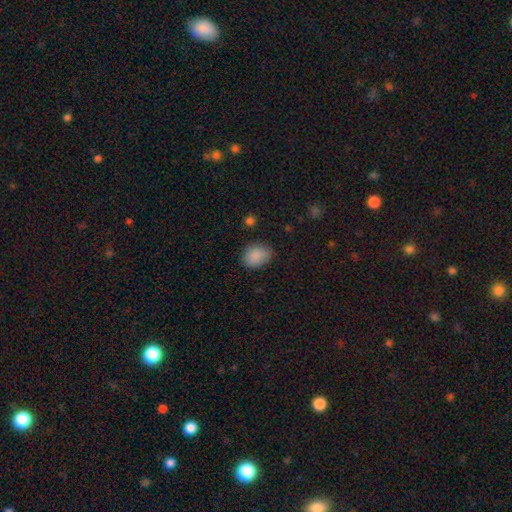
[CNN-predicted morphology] Smooth or featured?
  - smooth: 87% *
  - star or artifact: 9%
  - featured or disk: 4%
How rounded?
  - in between: 61% *
  - round: 38%
  - cigar-shaped: 1%
Merging?
  - none: 78% *
  - minor disturbance: 17%
  - major disturbance: 4%
  - merger: 2%